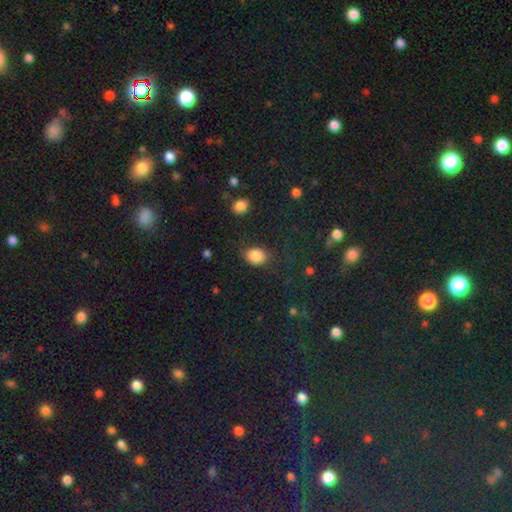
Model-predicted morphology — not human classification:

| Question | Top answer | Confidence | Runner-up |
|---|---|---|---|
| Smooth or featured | smooth | 86% | star or artifact (9%) |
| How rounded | in between | 59% | round (40%) |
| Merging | none | 76% | minor disturbance (16%) |